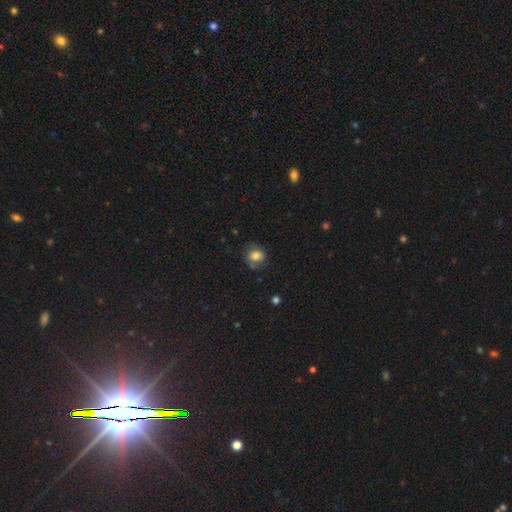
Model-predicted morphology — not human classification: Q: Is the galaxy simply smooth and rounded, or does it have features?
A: smooth — 68%.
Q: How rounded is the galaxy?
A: round — 60%.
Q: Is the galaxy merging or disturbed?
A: none — 64%.